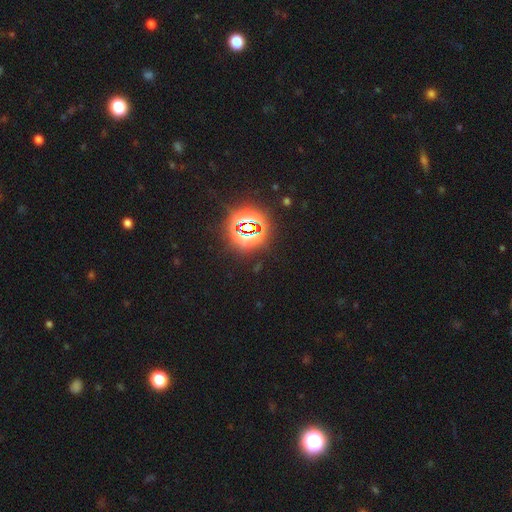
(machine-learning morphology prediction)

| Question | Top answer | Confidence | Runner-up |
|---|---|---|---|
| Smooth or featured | star or artifact | 83% | smooth (11%) |